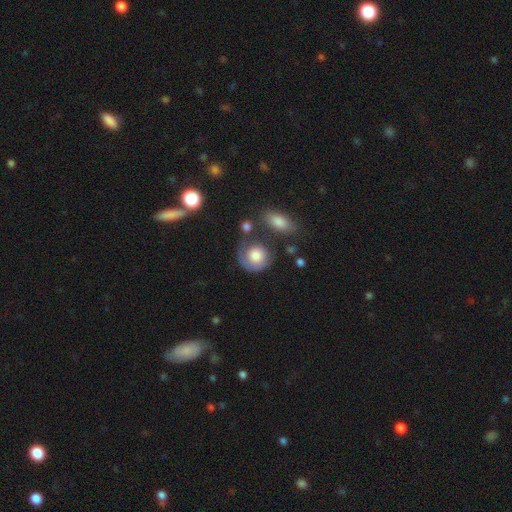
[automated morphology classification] Smooth or featured? Predicted: smooth (p=0.61). How rounded? Predicted: round (p=0.82). Merging? Predicted: none (p=0.49).